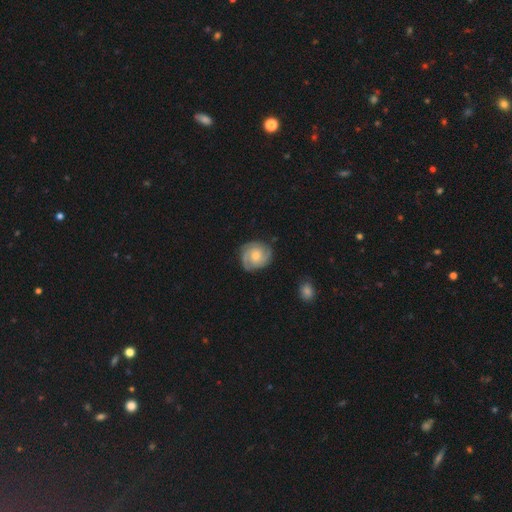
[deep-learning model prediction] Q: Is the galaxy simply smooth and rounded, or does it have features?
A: featured or disk — 75%.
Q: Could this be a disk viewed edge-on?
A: no — 98%.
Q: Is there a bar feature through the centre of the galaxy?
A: no — 71%.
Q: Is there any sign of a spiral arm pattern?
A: yes — 95%.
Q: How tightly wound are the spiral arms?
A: tight — 60%.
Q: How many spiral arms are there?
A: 2 — 45%.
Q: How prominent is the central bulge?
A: moderate — 55%.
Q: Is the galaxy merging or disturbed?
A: none — 80%.